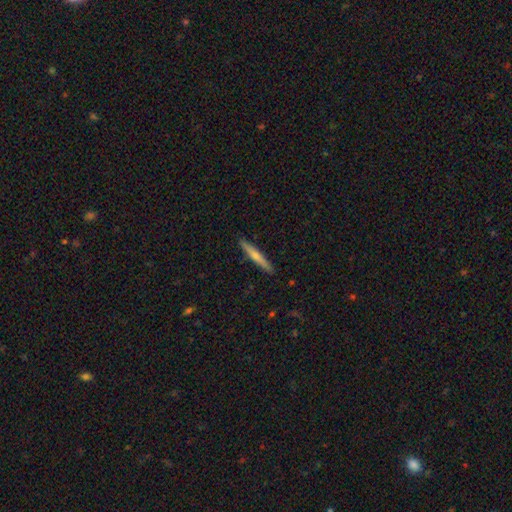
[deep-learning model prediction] A smooth galaxy with no disk features (53%) that is cigar-shaped (95%). Merging: none (91%).